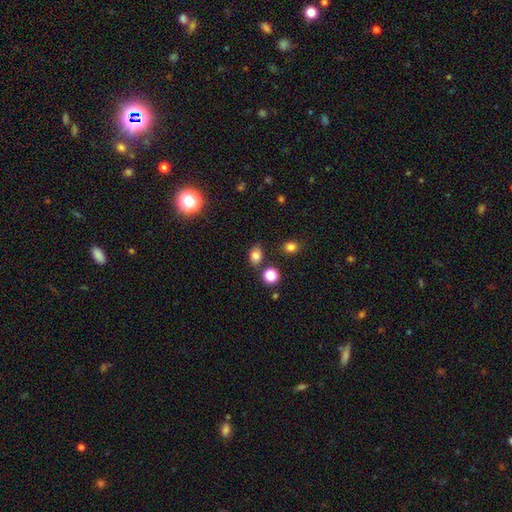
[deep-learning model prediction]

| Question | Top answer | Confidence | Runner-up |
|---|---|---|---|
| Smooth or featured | smooth | 80% | star or artifact (13%) |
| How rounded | in between | 68% | round (31%) |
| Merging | none | 77% | minor disturbance (13%) |